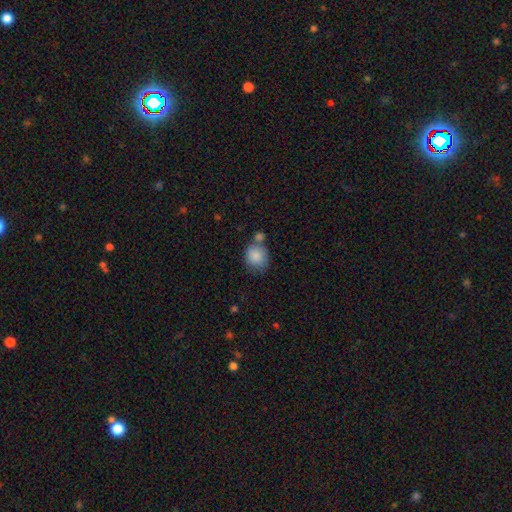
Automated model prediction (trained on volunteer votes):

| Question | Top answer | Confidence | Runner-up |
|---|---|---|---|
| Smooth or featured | smooth | 86% | star or artifact (7%) |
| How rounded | round | 73% | in between (26%) |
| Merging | none | 53% | merger (25%) |